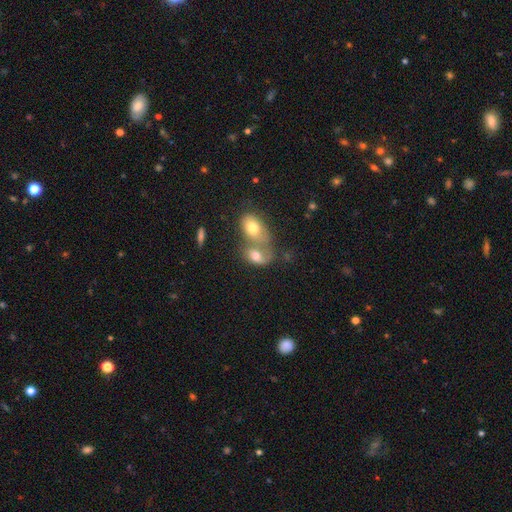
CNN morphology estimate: A smooth galaxy with no disk features (65%) that is in between round and cigar-shaped (81%).

Vote fractions:
- Smooth or featured? smooth: 65% / featured or disk: 26% / star or artifact: 9%
- How rounded? in between: 81% / round: 17% / cigar-shaped: 2%
- Merging? merger: 72% / none: 14% / major disturbance: 7% / minor disturbance: 7%